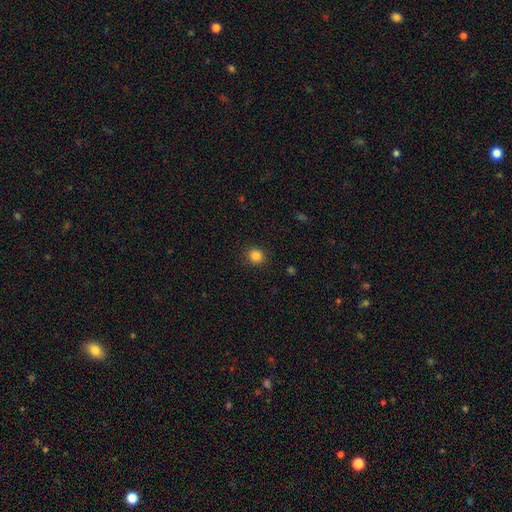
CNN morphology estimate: smooth 84%, star or artifact 12%, featured or disk 4%. Down the decision tree: how rounded — round (87%); merging — none (89%).